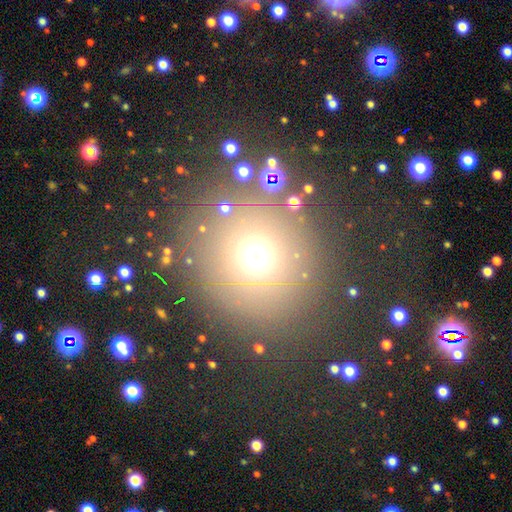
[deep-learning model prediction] Smooth or featured: smooth — 59% (star or artifact — 31%)
How rounded: round — 90% (in between — 9%)
Merging: none — 82% (minor disturbance — 8%)